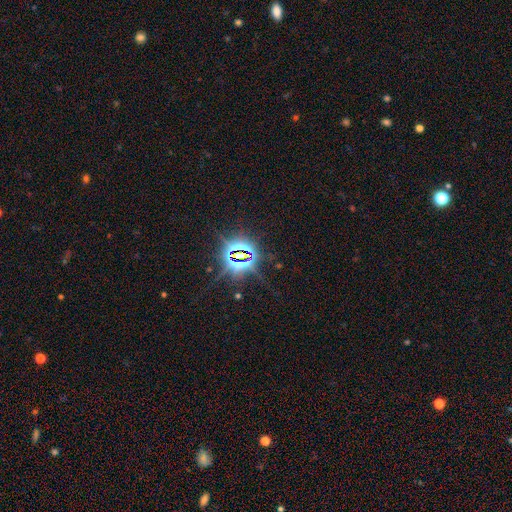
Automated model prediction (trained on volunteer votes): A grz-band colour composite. It shows a star or artifact, not a galaxy (83%).